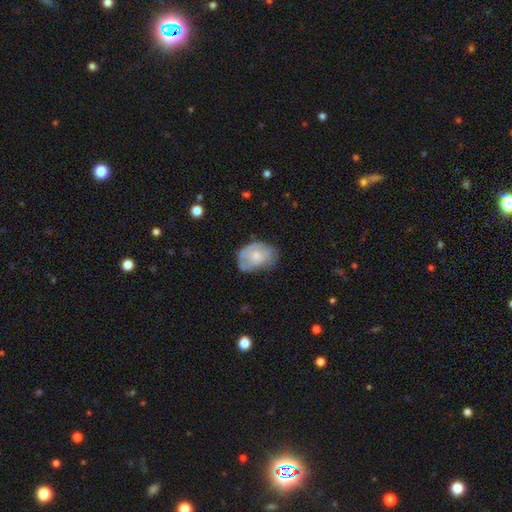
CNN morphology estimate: A smooth galaxy with no disk features (51%) that is in between round and cigar-shaped (75%). Merging: none (45%).